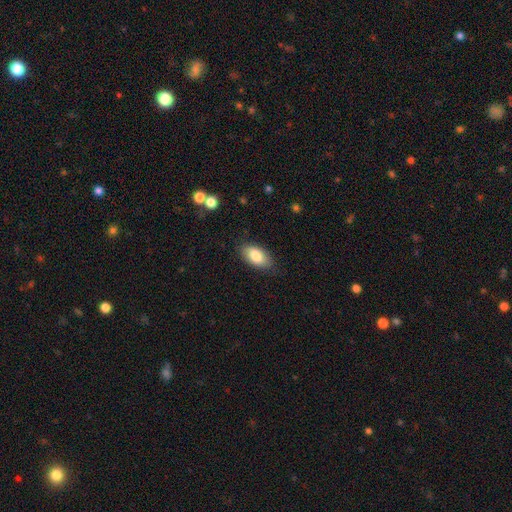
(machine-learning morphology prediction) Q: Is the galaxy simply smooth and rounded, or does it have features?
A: smooth — 82%.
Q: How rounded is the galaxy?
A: in between — 92%.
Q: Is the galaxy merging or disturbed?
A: none — 82%.